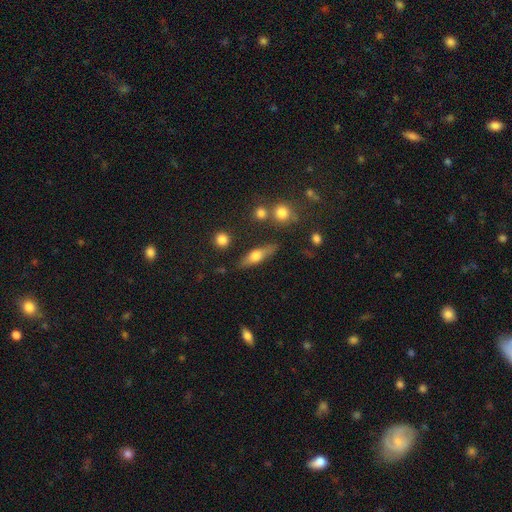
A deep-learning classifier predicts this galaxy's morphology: smooth 51%, featured or disk 42%, star or artifact 7%. Down the decision tree: how rounded — cigar-shaped (53%); merging — none (78%).